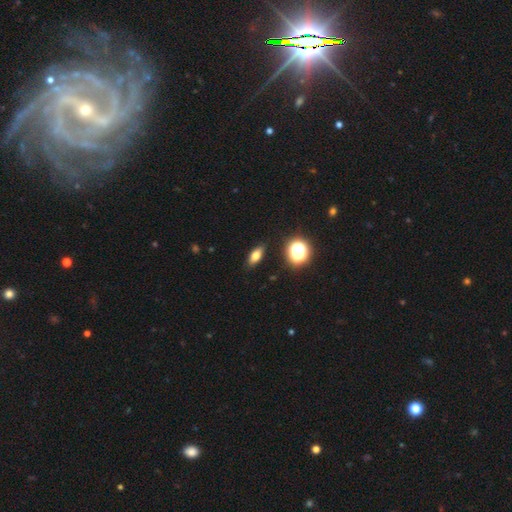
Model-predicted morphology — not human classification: Smooth or featured? Predicted: smooth (p=0.70). How rounded? Predicted: in between (p=0.72). Merging? Predicted: none (p=0.88).